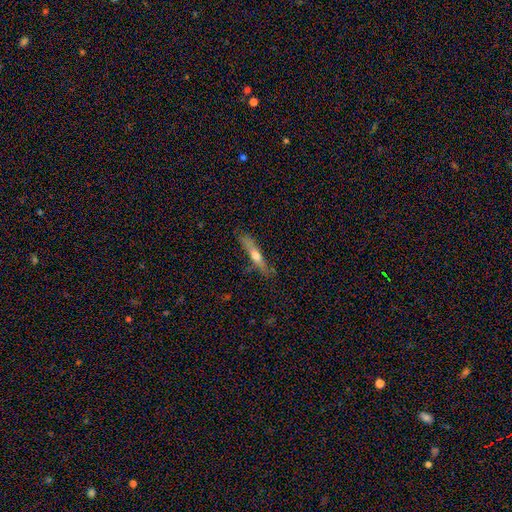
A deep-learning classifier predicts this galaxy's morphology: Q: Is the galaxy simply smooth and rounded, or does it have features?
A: featured or disk — 47%.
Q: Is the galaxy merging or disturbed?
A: none — 76%.